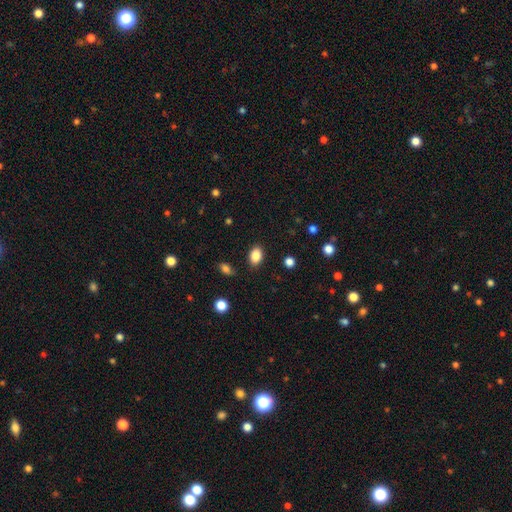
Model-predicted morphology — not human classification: Smooth or featured? Predicted: smooth (p=0.86). How rounded? Predicted: in between (p=0.82). Merging? Predicted: none (p=0.86).